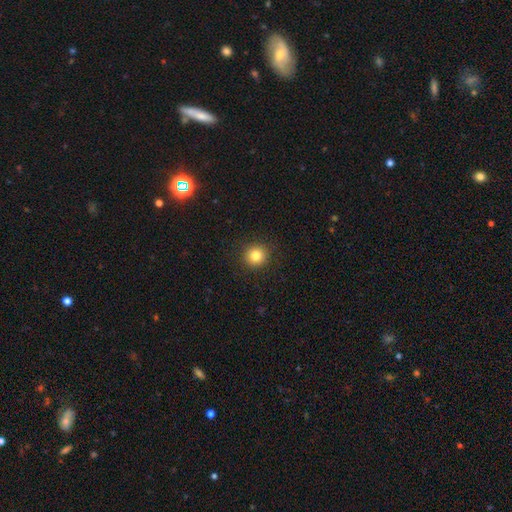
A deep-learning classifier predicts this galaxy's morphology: smooth-or-featured: smooth: 82% | star or artifact: 12% | featured or disk: 6%
  how-rounded: round: 94% | in between: 5% | cigar-shaped: 1%
  merging: none: 92% | minor disturbance: 5% | major disturbance: 2% | merger: 1%